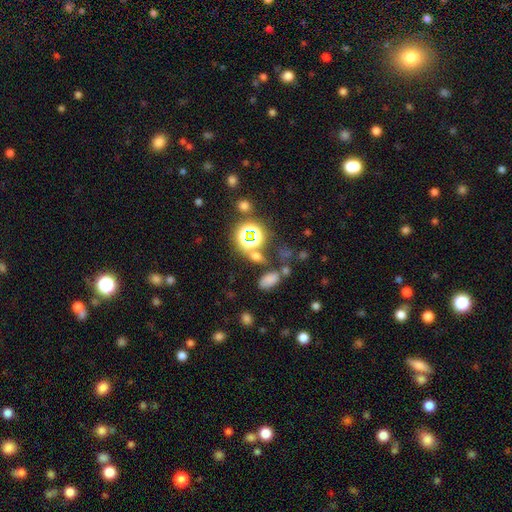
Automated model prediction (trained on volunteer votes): Smooth or featured: smooth — 47% (star or artifact — 44%)
Merging: none — 62% (merger — 18%)